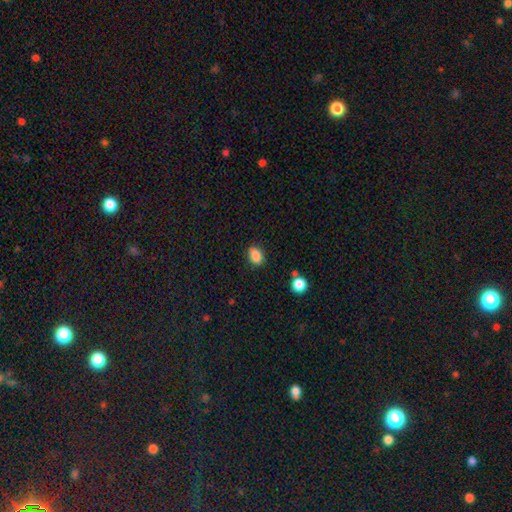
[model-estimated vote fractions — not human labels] smooth-or-featured: smooth: 87% | star or artifact: 9% | featured or disk: 4%
  how-rounded: in between: 78% | round: 21% | cigar-shaped: 2%
  merging: none: 85% | minor disturbance: 10% | major disturbance: 2% | merger: 2%